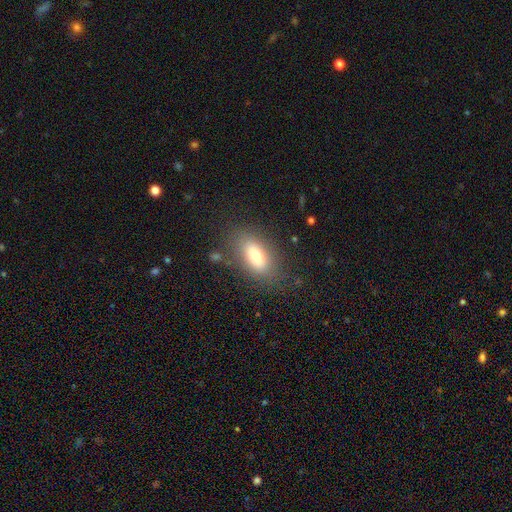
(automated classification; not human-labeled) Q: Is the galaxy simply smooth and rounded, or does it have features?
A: smooth — 75%.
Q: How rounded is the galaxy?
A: in between — 87%.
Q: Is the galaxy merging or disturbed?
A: none — 80%.